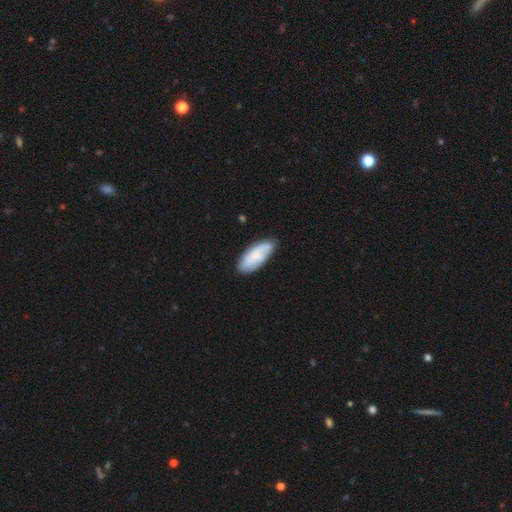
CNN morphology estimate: smooth 67%, featured or disk 27%, star or artifact 6%. Down the decision tree: how rounded — in between (81%); merging — none (75%).